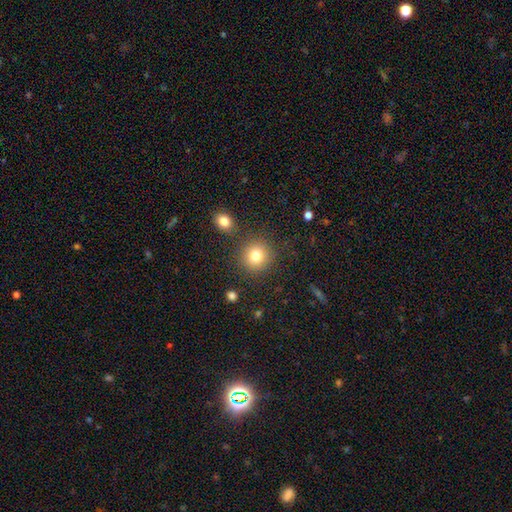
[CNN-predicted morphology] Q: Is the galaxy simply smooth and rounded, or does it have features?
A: smooth — 81%.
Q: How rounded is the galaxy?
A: round — 91%.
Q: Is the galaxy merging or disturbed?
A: none — 84%.